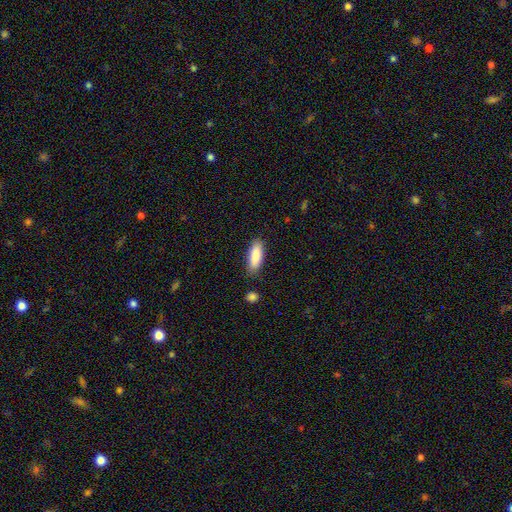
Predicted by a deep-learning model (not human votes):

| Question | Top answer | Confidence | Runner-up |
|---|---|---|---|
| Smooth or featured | smooth | 87% | featured or disk (7%) |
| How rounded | in between | 66% | cigar-shaped (32%) |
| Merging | none | 83% | minor disturbance (12%) |